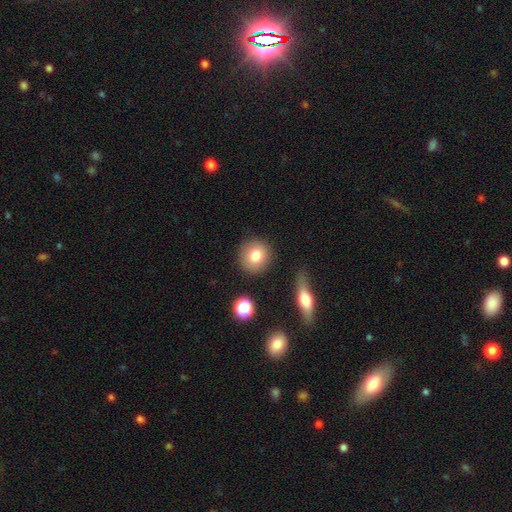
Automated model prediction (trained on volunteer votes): Smooth or featured? smooth (79%)
How rounded? round (90%)
Merging? none (85%)